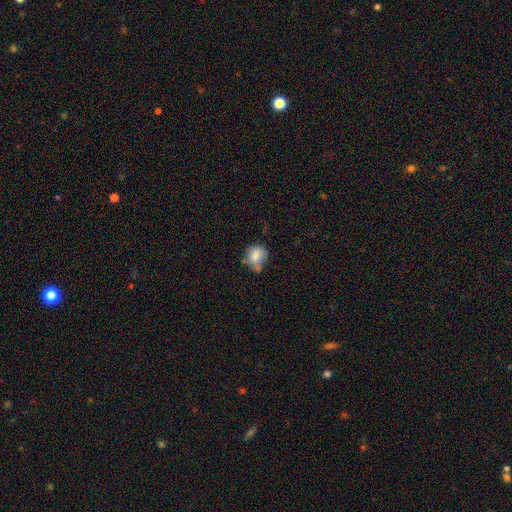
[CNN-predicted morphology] Overall: smooth (79%). How rounded: round (65%; in between 34%). Merging: none (42%; minor disturbance 33%).